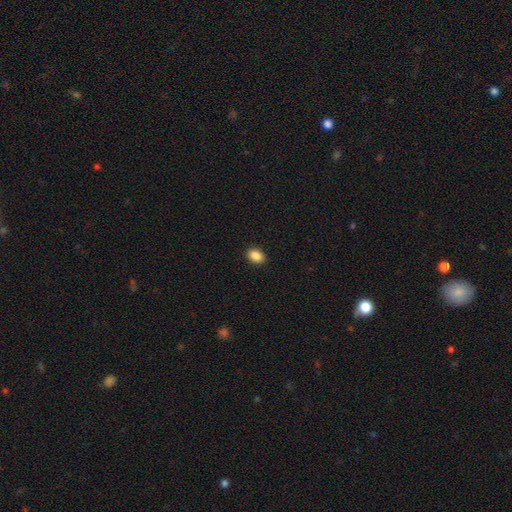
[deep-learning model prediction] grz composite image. It shows a smooth galaxy with no disk features (88%) that is in between round and cigar-shaped (75%). Merging: none (91%).